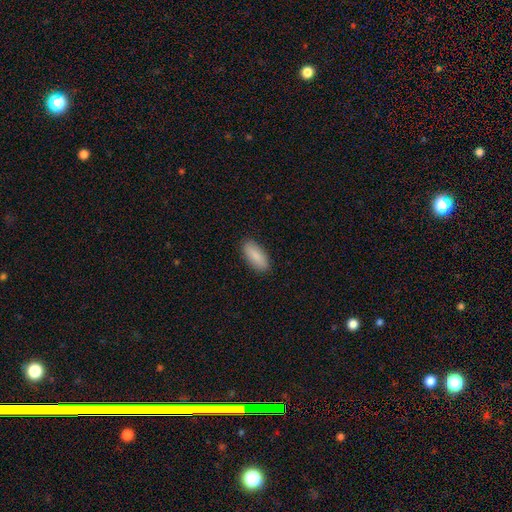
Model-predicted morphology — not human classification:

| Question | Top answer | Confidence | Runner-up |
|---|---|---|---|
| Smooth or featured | smooth | 87% | featured or disk (7%) |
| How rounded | in between | 83% | cigar-shaped (15%) |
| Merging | none | 88% | minor disturbance (9%) |